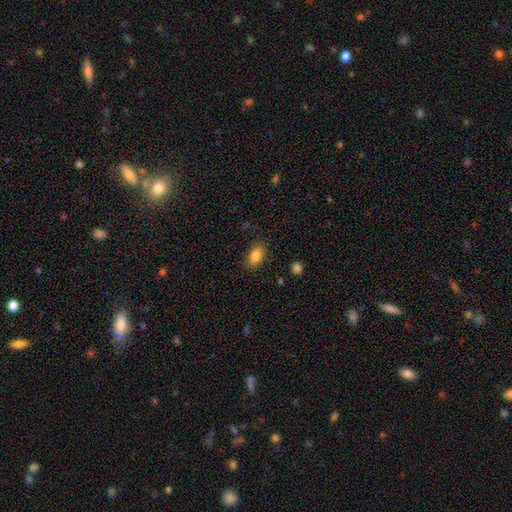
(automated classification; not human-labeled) Smooth or featured? Predicted: smooth (p=0.85). How rounded? Predicted: in between (p=0.88). Merging? Predicted: none (p=0.84).